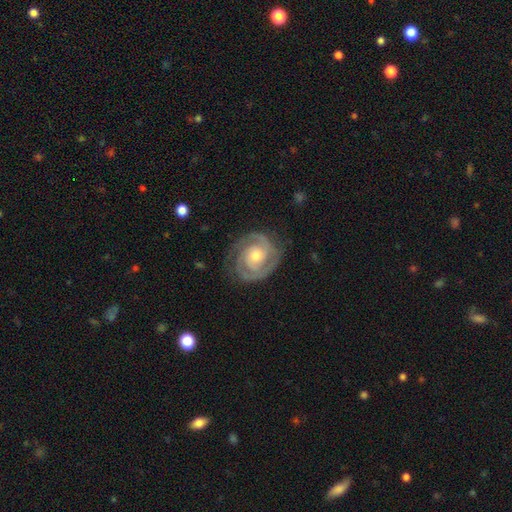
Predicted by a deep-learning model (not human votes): featured or disk 90%, smooth 6%, star or artifact 4%. Down the decision tree: edge-on disk — no (98%); bar — no (69%); spiral arms — yes (98%); spiral arm count — 2 (73%); spiral winding — tight (70%); bulge size — moderate (60%); merging — none (79%).